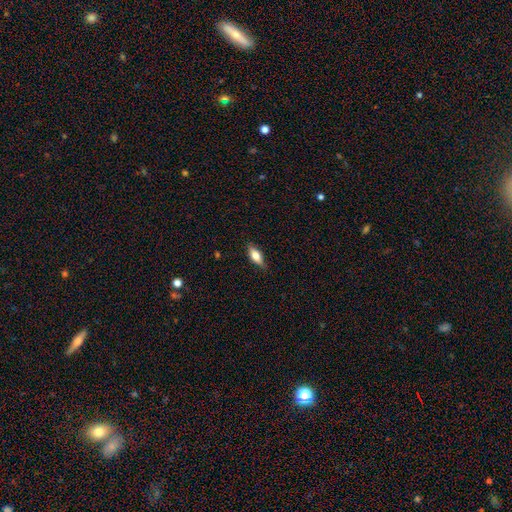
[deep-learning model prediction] The model was most divided on "smooth or featured": smooth: 66%, featured or disk: 28%, star or artifact: 7%. More confident: merging — none (82%); how rounded — in between (73%).